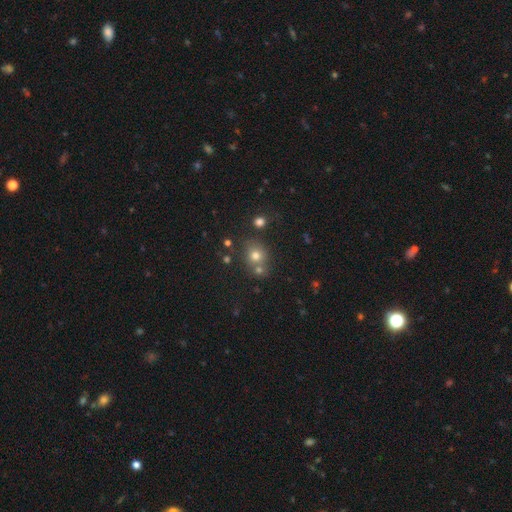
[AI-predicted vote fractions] A smooth galaxy with no disk features (70%) that is round (77%). Merging: none (63%).